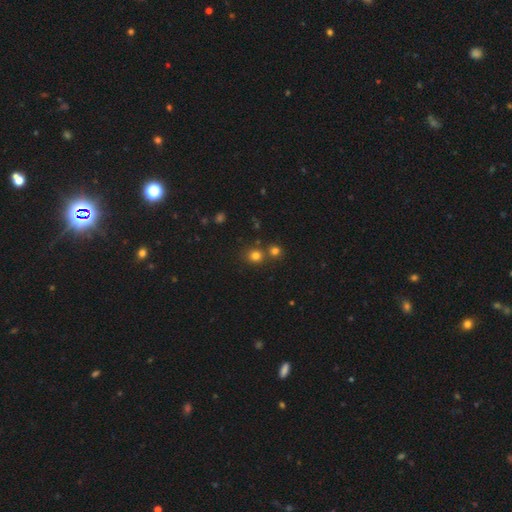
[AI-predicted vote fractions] Q: Smooth or featured?
A: smooth (76%); runner-up: star or artifact (18%)
Q: How rounded?
A: round (88%); runner-up: in between (11%)
Q: Merging?
A: none (70%); runner-up: merger (21%)